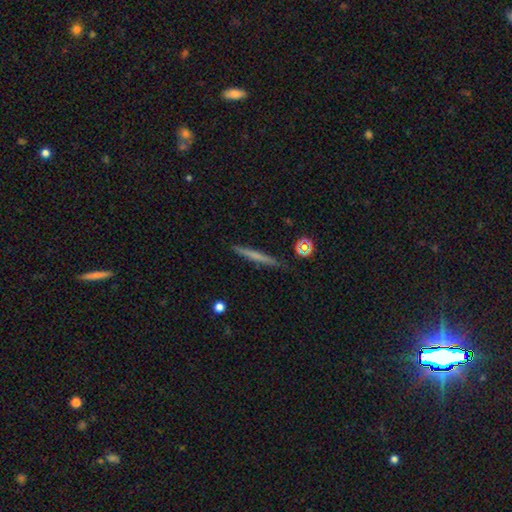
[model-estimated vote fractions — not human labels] Q: Smooth or featured?
A: smooth (55%); runner-up: featured or disk (38%)
Q: How rounded?
A: cigar-shaped (95%); runner-up: in between (3%)
Q: Merging?
A: none (89%); runner-up: minor disturbance (8%)